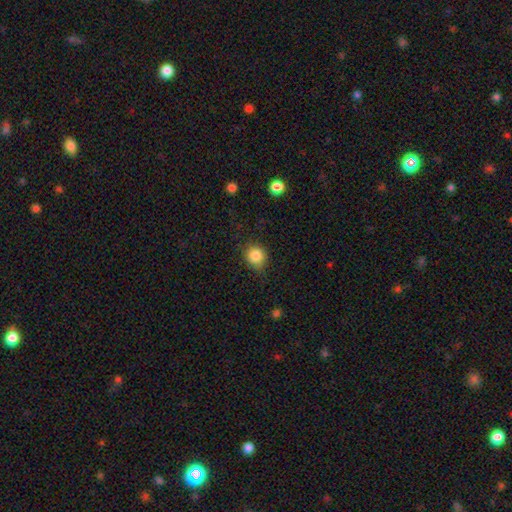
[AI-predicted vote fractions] Smooth or featured? Predicted: smooth (p=0.85). How rounded? Predicted: round (p=0.83). Merging? Predicted: none (p=0.81).